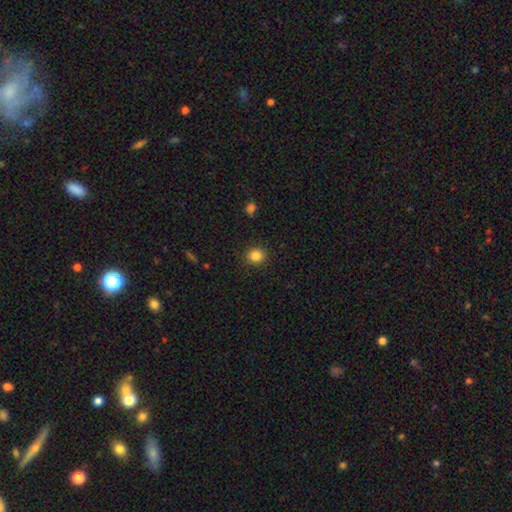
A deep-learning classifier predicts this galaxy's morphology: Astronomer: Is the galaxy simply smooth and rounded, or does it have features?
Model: smooth — 85%.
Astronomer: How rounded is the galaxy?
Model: round — 83%.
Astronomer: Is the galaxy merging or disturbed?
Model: none — 89%.